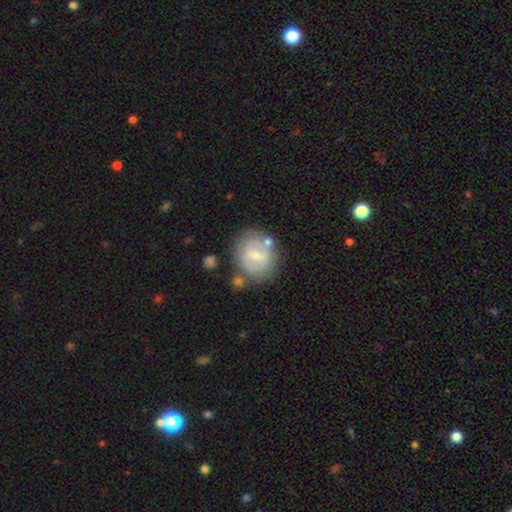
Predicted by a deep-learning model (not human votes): A featured or disk galaxy (48%).

Vote fractions:
- Smooth or featured? featured or disk: 48% / smooth: 46% / star or artifact: 7%
- Merging? none: 71% / minor disturbance: 16% / merger: 8% / major disturbance: 6%